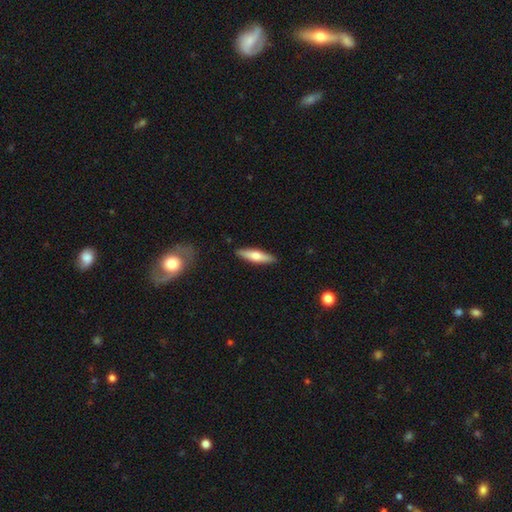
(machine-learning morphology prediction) A smooth galaxy with no disk features (61%) that is cigar-shaped (72%).

Vote fractions:
- Smooth or featured? smooth: 61% / featured or disk: 33% / star or artifact: 6%
- How rounded? cigar-shaped: 72% / in between: 26% / round: 2%
- Merging? none: 89% / minor disturbance: 8% / major disturbance: 2% / merger: 1%